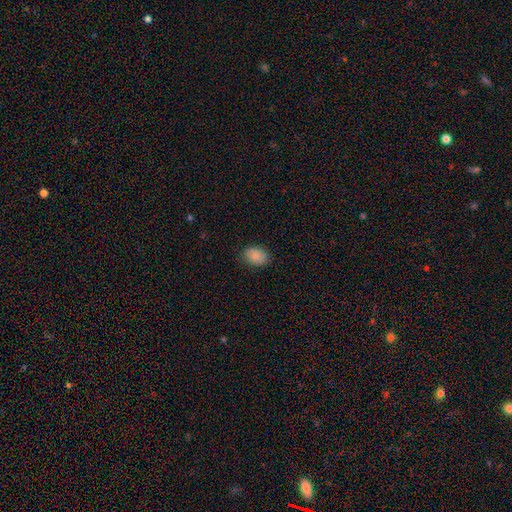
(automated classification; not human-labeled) This appears to be a smooth galaxy with no disk features (88%) that is in between round and cigar-shaped (80%). Merging: none (84%).